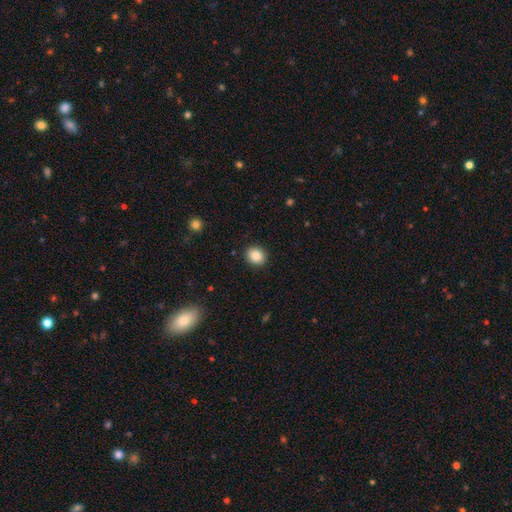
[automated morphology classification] Smooth or featured? smooth (85%)
How rounded? round (71%)
Merging? none (91%)